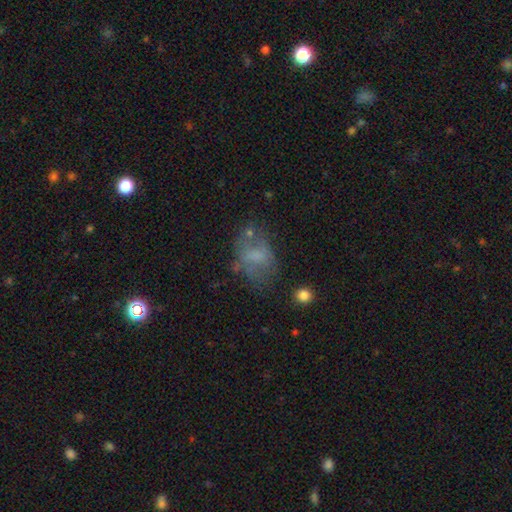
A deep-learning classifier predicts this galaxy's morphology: Smooth or featured? smooth (51%)
How rounded? in between (77%)
Merging? none (42%)